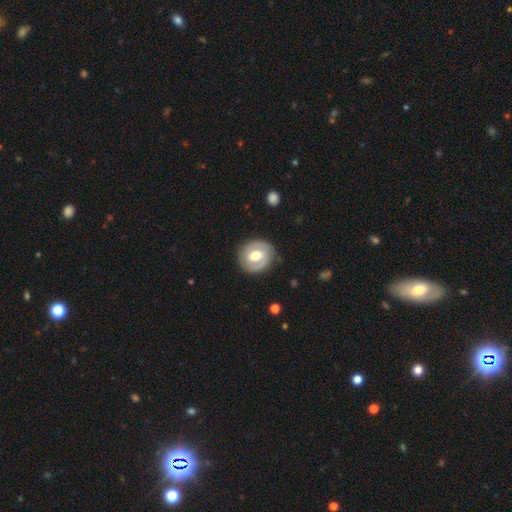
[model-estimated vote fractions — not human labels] Smooth or featured: featured or disk — 56% (smooth — 39%)
Edge-on disk: no — 96% (yes — 4%)
Bar: weak — 43% (no — 37%)
Spiral arms: yes — 56% (no — 44%)
Bulge size: moderate — 73% (large — 17%)
Merging: none — 83% (minor disturbance — 12%)